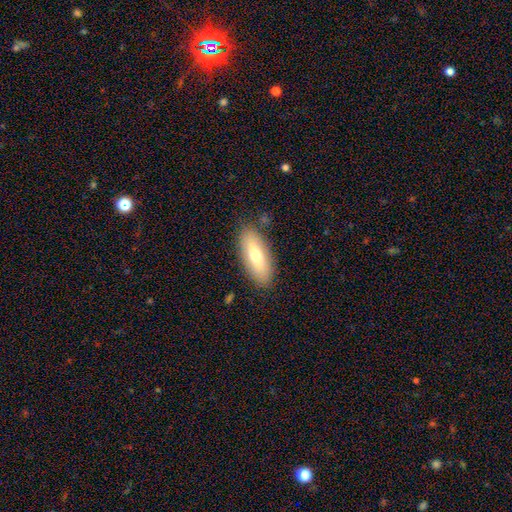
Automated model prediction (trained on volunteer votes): smooth 66%, featured or disk 27%, star or artifact 7%. Down the decision tree: how rounded — in between (79%); merging — none (85%).